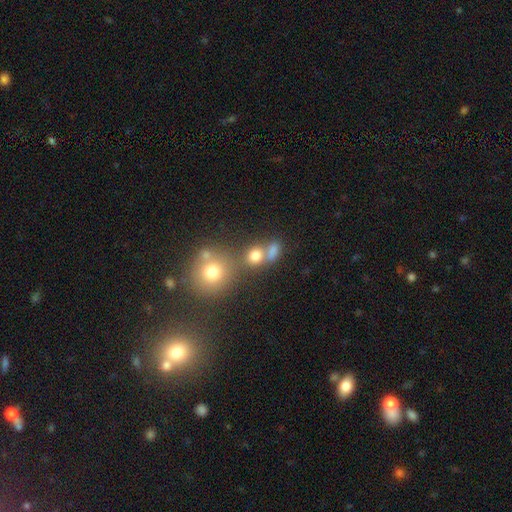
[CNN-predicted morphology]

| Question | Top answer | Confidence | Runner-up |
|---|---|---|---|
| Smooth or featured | smooth | 74% | star or artifact (16%) |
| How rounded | round | 68% | in between (30%) |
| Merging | none | 49% | merger (36%) |